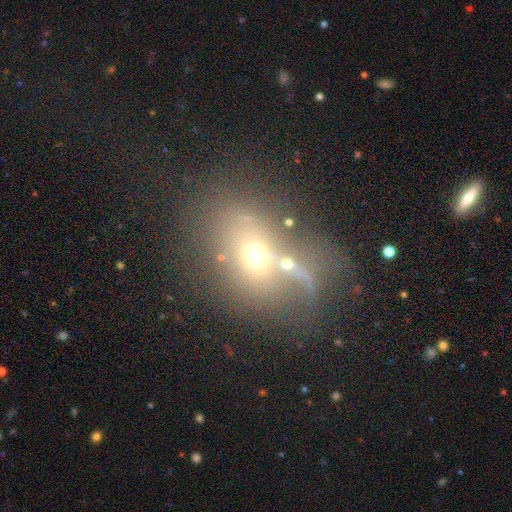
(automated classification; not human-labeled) smooth 50%, featured or disk 29%, star or artifact 21%. Down the decision tree: how rounded — in between (54%); merging — none (37%).